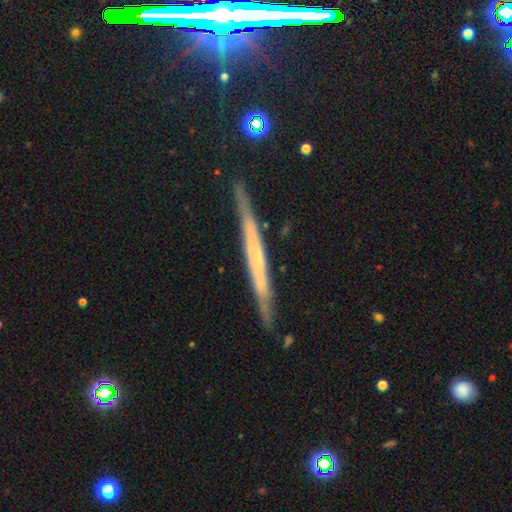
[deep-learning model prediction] featured or disk 62%, smooth 32%, star or artifact 6%. Down the decision tree: edge-on disk — yes (96%); edge-on bulge — none (76%); merging — none (86%).